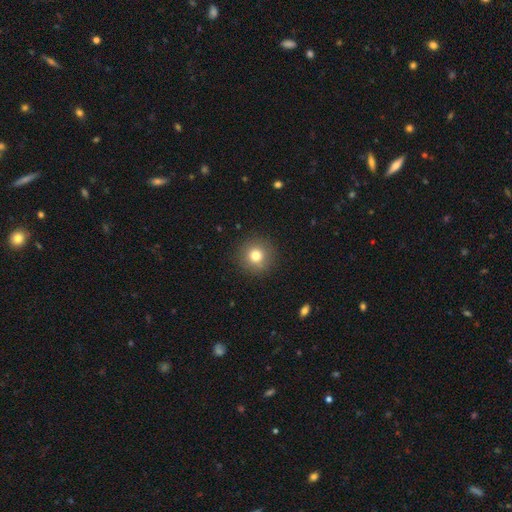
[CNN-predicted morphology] smooth_or_featured: smooth (p=0.78) [alt: star or artifact p=0.11]
how_rounded: round (p=0.95) [alt: in between p=0.04]
merging: none (p=0.90) [alt: minor disturbance p=0.06]